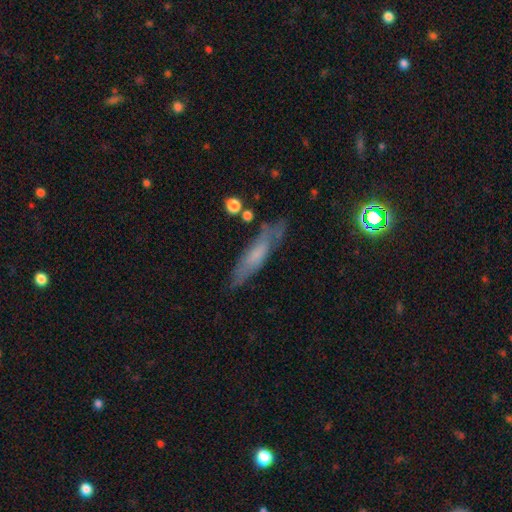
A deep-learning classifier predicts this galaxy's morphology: A smooth galaxy with no disk features (49%). Merging: none (69%).